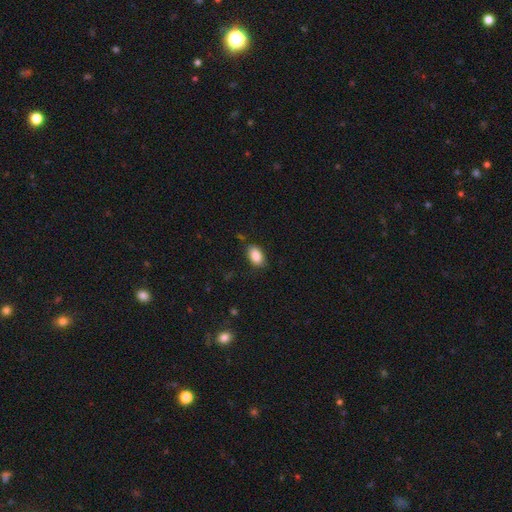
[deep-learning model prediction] The model was most divided on "merging": none: 83%, minor disturbance: 13%, major disturbance: 3%, merger: 2%. More confident: how rounded — in between (91%); smooth or featured — smooth (88%).